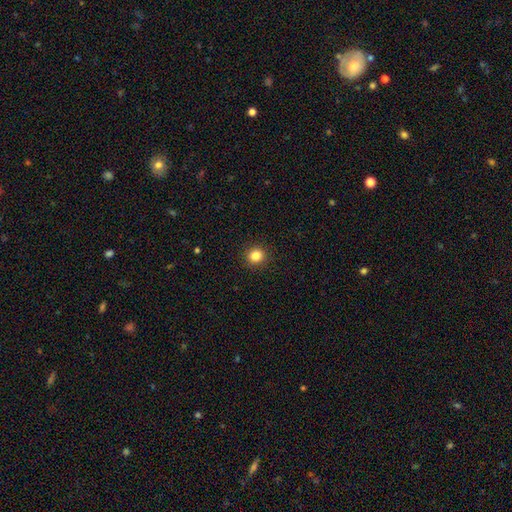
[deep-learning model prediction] Smooth or featured? smooth (84%)
How rounded? round (91%)
Merging? none (92%)